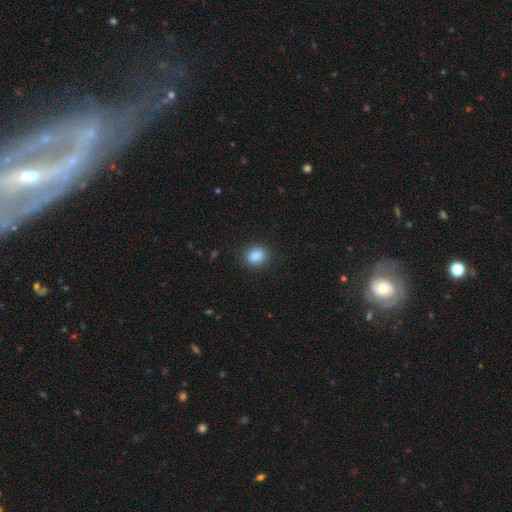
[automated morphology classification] The model was most divided on "how rounded": round: 56%, in between: 43%, cigar-shaped: 1%. More confident: merging — none (87%); smooth or featured — smooth (87%).